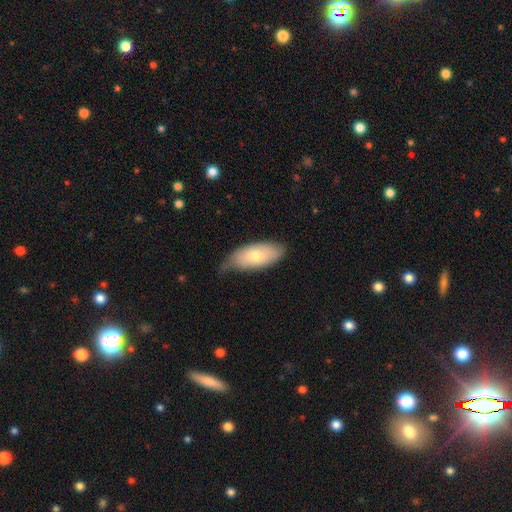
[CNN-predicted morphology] The model was most divided on "merging": none: 59%, minor disturbance: 33%, major disturbance: 6%, merger: 2%. More confident: how rounded — in between (87%); smooth or featured — smooth (64%).